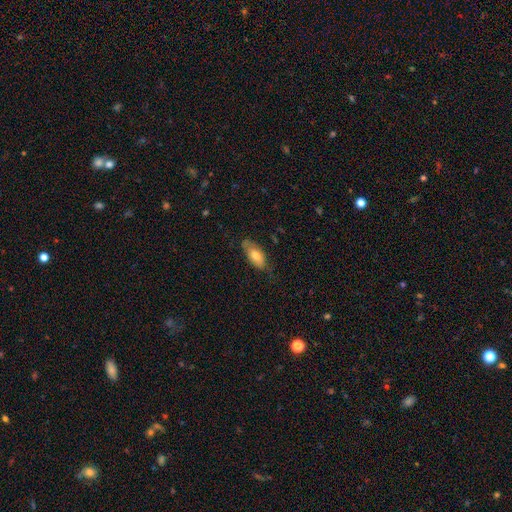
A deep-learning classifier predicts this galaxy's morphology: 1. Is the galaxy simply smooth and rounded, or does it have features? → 71% smooth, 22% featured or disk, 6% star or artifact.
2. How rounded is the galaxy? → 88% in between, 10% cigar-shaped, 3% round.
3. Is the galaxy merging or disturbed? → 63% none, 28% minor disturbance, 7% major disturbance, 2% merger.